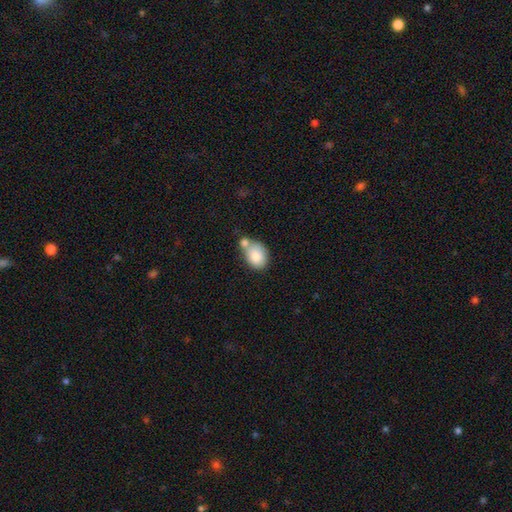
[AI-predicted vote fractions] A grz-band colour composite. It shows a smooth galaxy with no disk features (83%) that is in between round and cigar-shaped (67%). Merging: merger (43%).